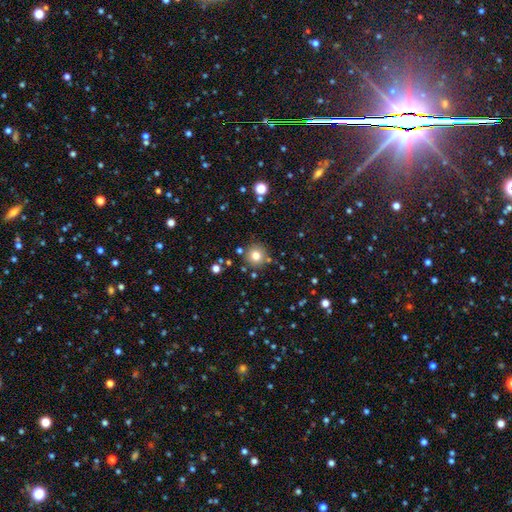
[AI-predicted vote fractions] This appears to be a smooth galaxy with no disk features (77%) that is round (94%). Merging: none (85%).